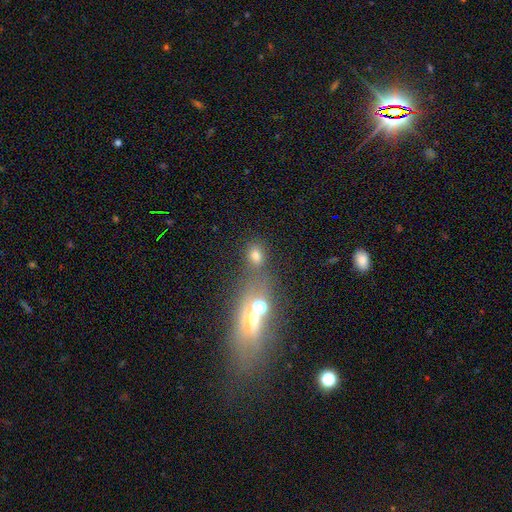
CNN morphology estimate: Smooth or featured?
  - smooth: 66% *
  - star or artifact: 23%
  - featured or disk: 11%
How rounded?
  - in between: 53% *
  - round: 45%
  - cigar-shaped: 2%
Merging?
  - none: 56% *
  - merger: 25%
  - minor disturbance: 12%
  - major disturbance: 7%